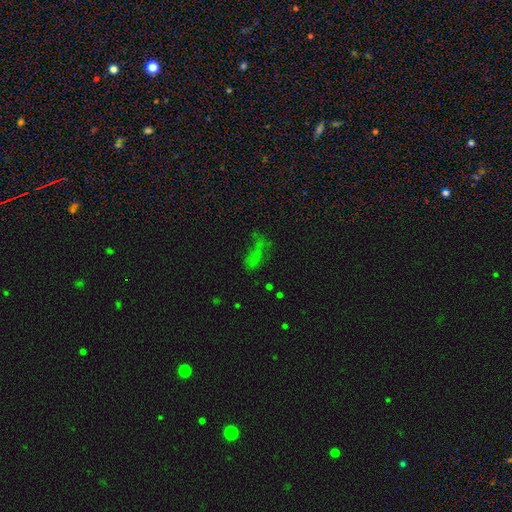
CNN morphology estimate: type=smooth (49%); merging=none (42%).